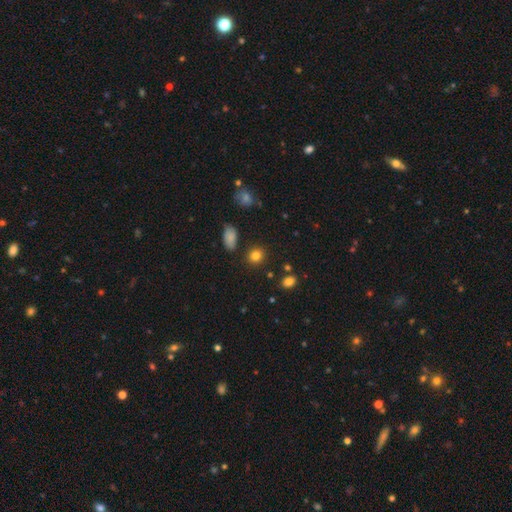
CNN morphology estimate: Smooth or featured: smooth — 83% (star or artifact — 12%)
How rounded: round — 74% (in between — 25%)
Merging: none — 86% (minor disturbance — 8%)